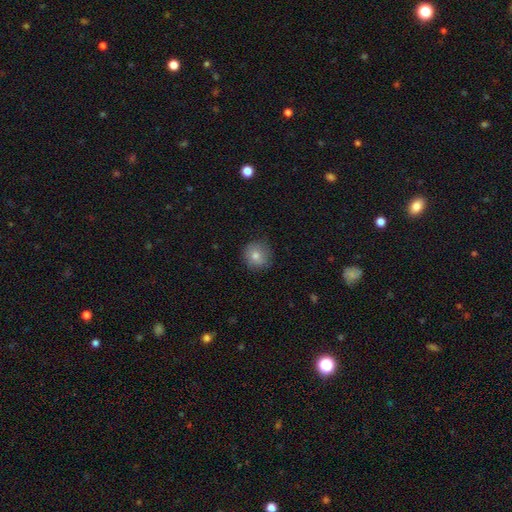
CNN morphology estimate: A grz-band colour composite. It shows a smooth galaxy with no disk features (71%) that is round (92%). Merging: none (84%).